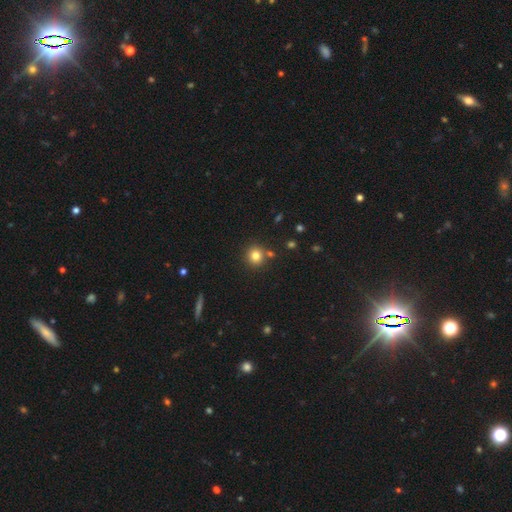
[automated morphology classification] smooth 80%, star or artifact 13%, featured or disk 7%. Down the decision tree: how rounded — round (92%); merging — none (81%).